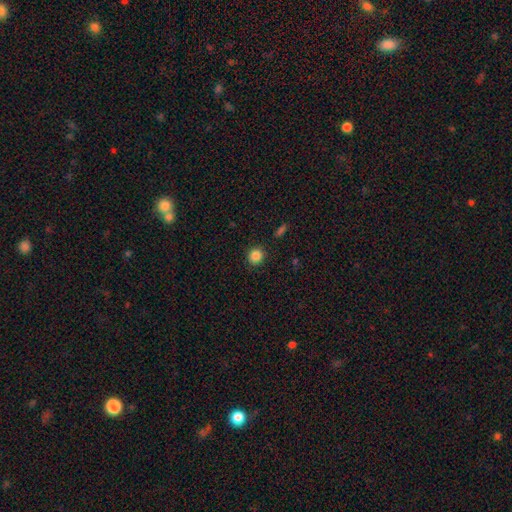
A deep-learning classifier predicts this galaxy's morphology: Overall: smooth (85%). How rounded: round (90%). Merging: none (90%).